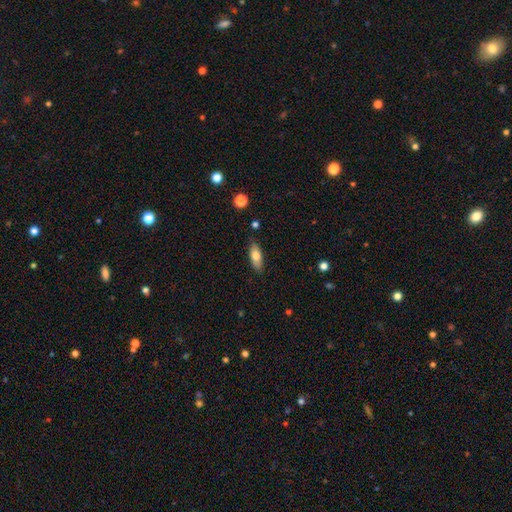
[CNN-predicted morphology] Q: Smooth or featured?
A: smooth (70%); runner-up: featured or disk (23%)
Q: How rounded?
A: in between (73%); runner-up: cigar-shaped (24%)
Q: Merging?
A: none (84%); runner-up: minor disturbance (12%)